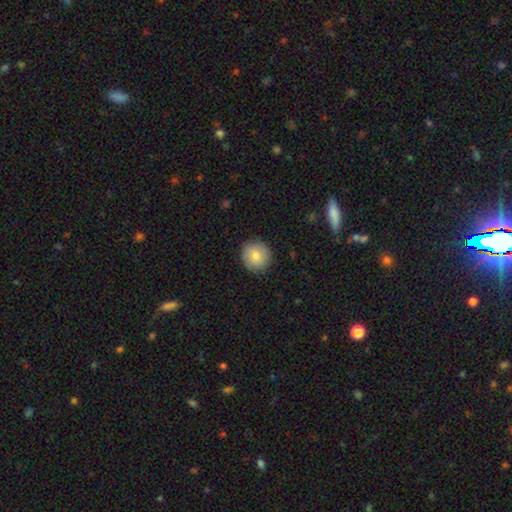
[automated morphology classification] smooth_or_featured: smooth (p=0.83) [alt: featured or disk p=0.10]
how_rounded: round (p=0.90) [alt: in between p=0.09]
merging: none (p=0.89) [alt: minor disturbance p=0.08]